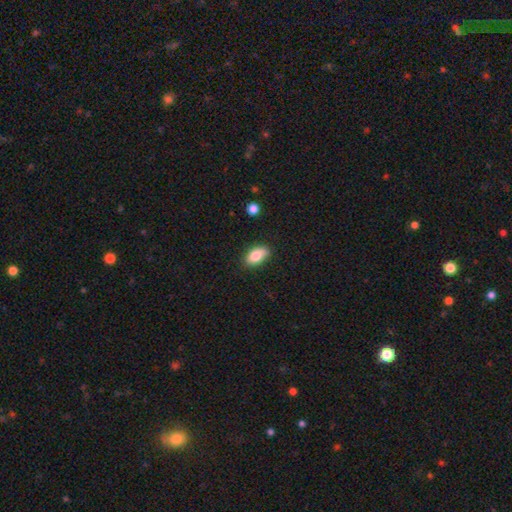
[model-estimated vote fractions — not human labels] smooth-or-featured: smooth: 81% | featured or disk: 11% | star or artifact: 8%
  how-rounded: in between: 90% | round: 6% | cigar-shaped: 3%
  merging: none: 74% | minor disturbance: 20% | major disturbance: 4% | merger: 2%